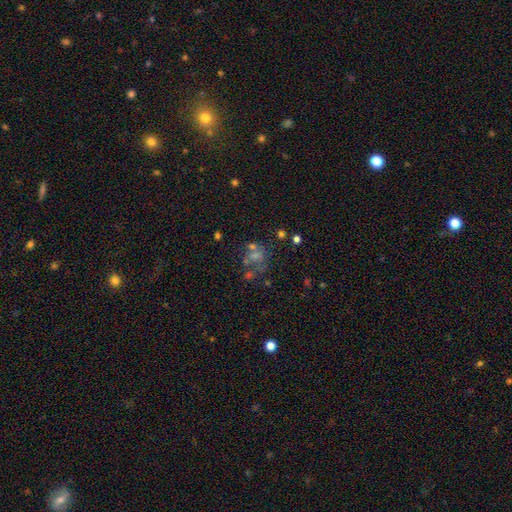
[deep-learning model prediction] A featured or disk galaxy (35%). Merging: none (44%).